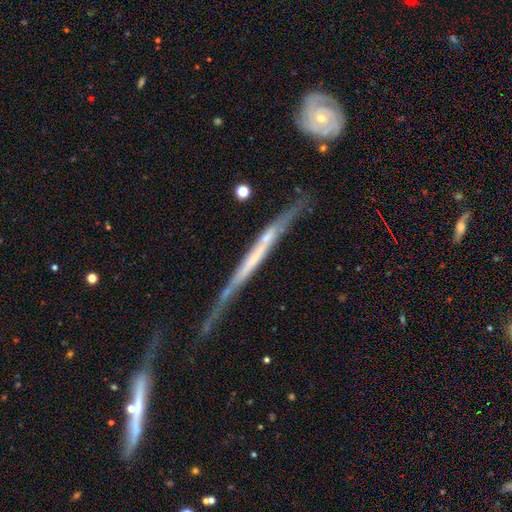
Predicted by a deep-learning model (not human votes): A featured or disk galaxy (72%) viewed edge-on (90%) with no central bulge (71%). Merging: none (44%).